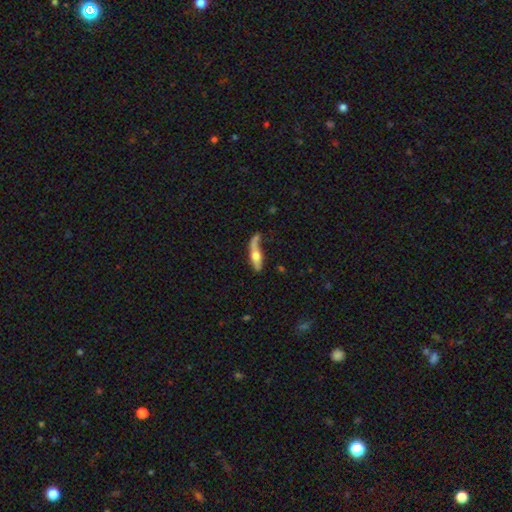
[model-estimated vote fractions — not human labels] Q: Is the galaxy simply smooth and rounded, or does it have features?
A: featured or disk — 51%.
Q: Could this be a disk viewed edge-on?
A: yes — 69%.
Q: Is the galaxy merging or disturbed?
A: none — 41%.